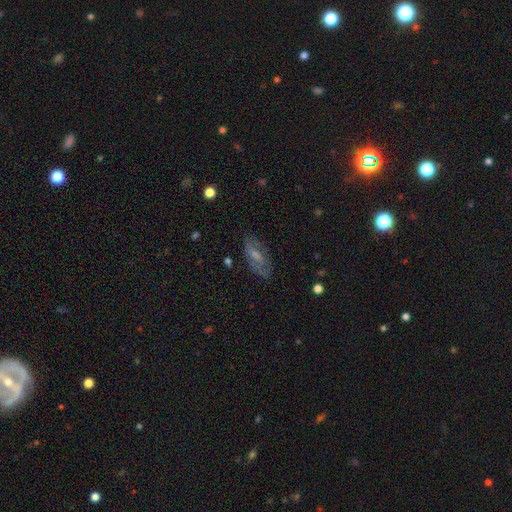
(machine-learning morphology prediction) Overall: featured or disk (47%; smooth 42%). Merging: none (68%).